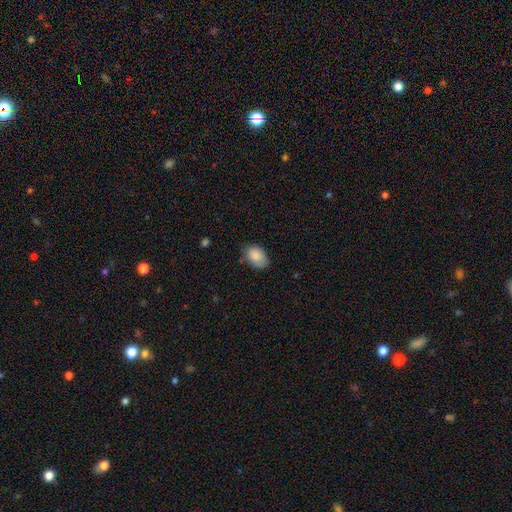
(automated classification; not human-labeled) A smooth galaxy with no disk features (87%) that is in between round and cigar-shaped (84%).

Vote fractions:
- Smooth or featured? smooth: 87% / star or artifact: 7% / featured or disk: 6%
- How rounded? in between: 84% / round: 15% / cigar-shaped: 1%
- Merging? none: 70% / minor disturbance: 24% / major disturbance: 5% / merger: 2%